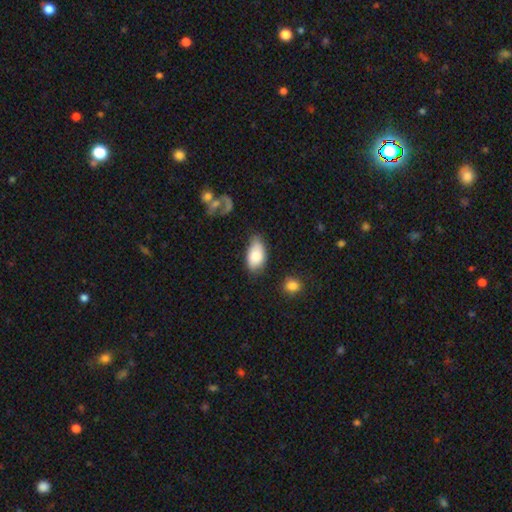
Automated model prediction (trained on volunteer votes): smooth_or_featured: smooth (p=0.83) [alt: featured or disk p=0.10]
how_rounded: in between (p=0.94) [alt: round p=0.04]
merging: none (p=0.60) [alt: minor disturbance p=0.29]